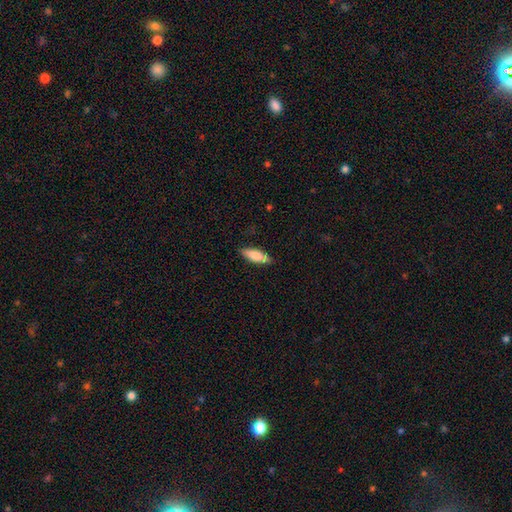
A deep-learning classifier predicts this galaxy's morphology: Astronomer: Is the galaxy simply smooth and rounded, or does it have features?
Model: smooth — 78%.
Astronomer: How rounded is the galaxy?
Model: in between — 63%.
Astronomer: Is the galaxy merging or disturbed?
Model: none — 81%.